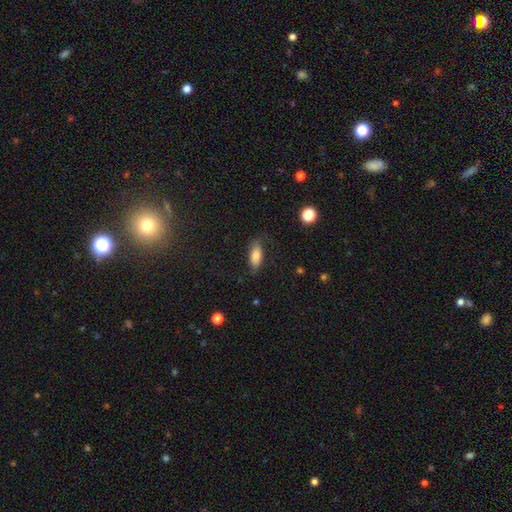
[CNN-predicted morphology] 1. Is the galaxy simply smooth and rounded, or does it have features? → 81% smooth, 11% featured or disk, 8% star or artifact.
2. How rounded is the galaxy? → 80% in between, 17% cigar-shaped, 3% round.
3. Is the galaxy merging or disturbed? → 73% none, 19% minor disturbance, 6% major disturbance, 1% merger.